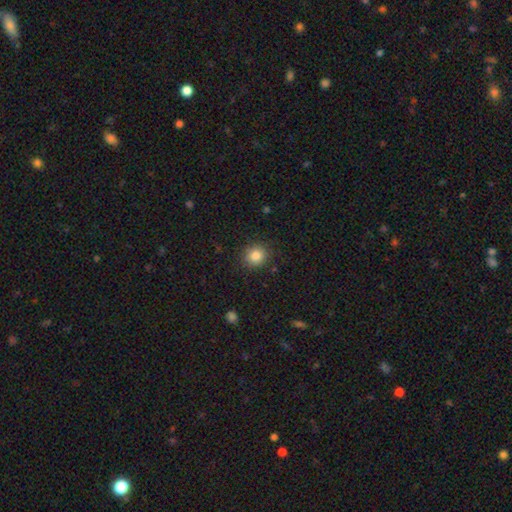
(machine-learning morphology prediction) Q: Smooth or featured?
A: smooth (84%); runner-up: star or artifact (10%)
Q: How rounded?
A: round (79%); runner-up: in between (20%)
Q: Merging?
A: none (87%); runner-up: minor disturbance (9%)